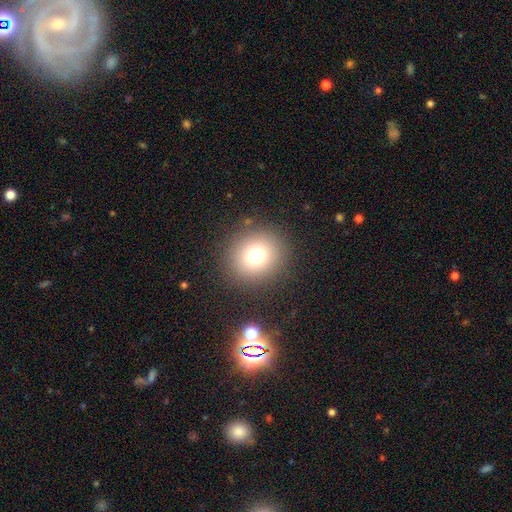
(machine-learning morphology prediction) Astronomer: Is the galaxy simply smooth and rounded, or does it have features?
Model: smooth — 73%.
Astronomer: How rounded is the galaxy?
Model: round — 88%.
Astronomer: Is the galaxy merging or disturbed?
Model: none — 87%.